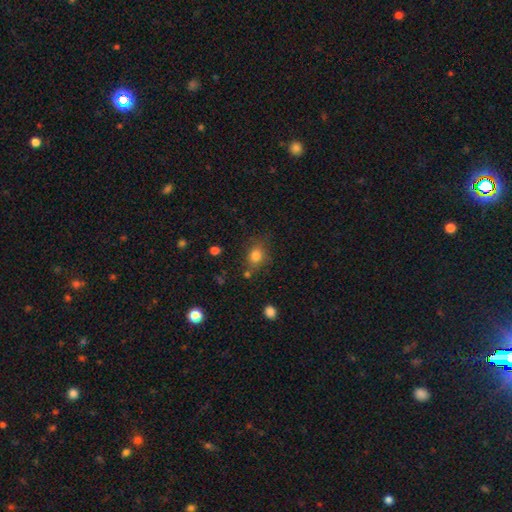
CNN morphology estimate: smooth_or_featured: smooth (p=0.80) [alt: star or artifact p=0.12]
how_rounded: round (p=0.55) [alt: in between p=0.44]
merging: none (p=0.71) [alt: minor disturbance p=0.17]